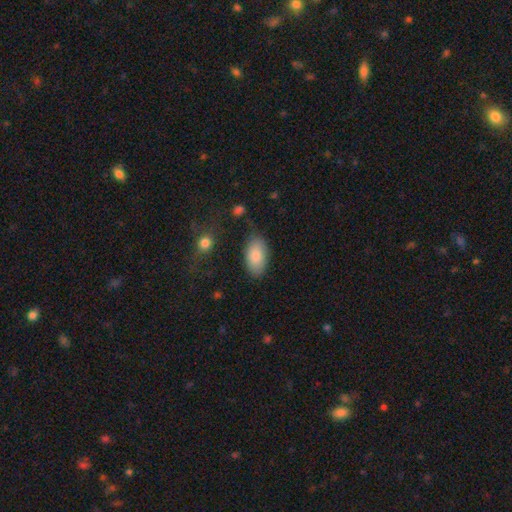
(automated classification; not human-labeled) A smooth galaxy with no disk features (85%) that is in between round and cigar-shaped (94%).

Vote fractions:
- Smooth or featured? smooth: 85% / featured or disk: 9% / star or artifact: 6%
- How rounded? in between: 94% / round: 4% / cigar-shaped: 2%
- Merging? none: 80% / minor disturbance: 14% / major disturbance: 4% / merger: 2%